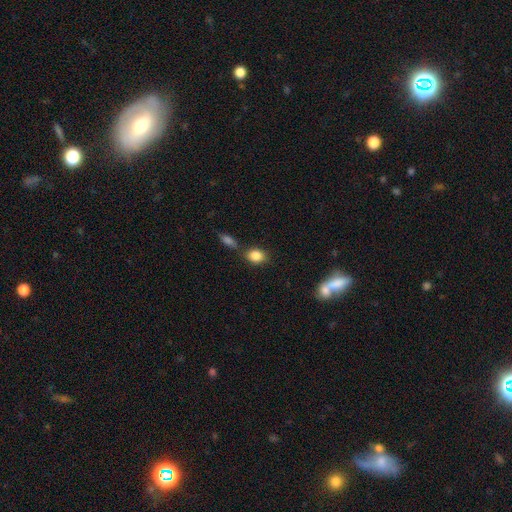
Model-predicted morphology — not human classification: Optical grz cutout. It shows a smooth galaxy with no disk features (85%) that is in between round and cigar-shaped (63%). Merging: none (63%).